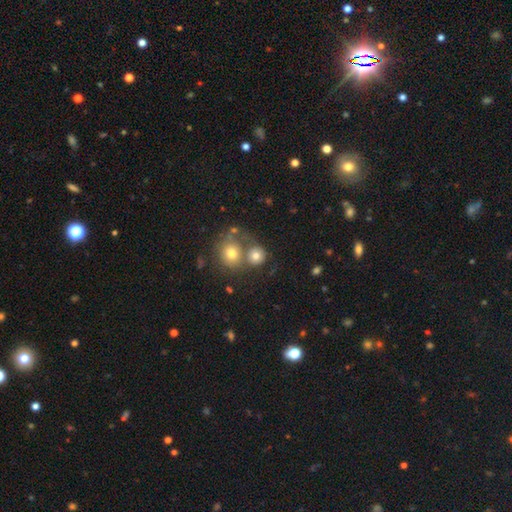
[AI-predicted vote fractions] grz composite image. It shows a smooth galaxy with no disk features (75%) that is round (85%). Merging: none (44%).